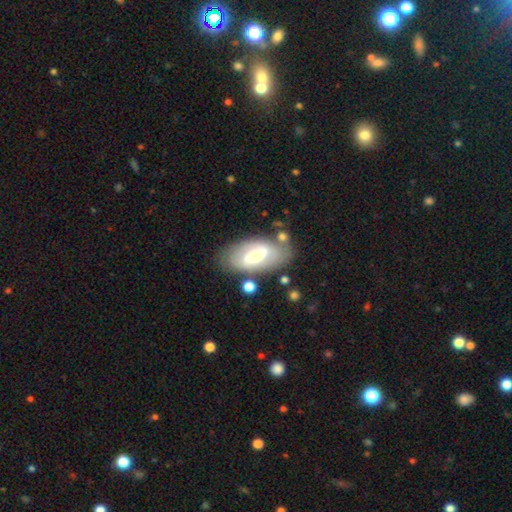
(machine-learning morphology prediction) A featured or disk galaxy (64%) with a strong bar (41%), spiral arms (56%) and a moderate central bulge (67%).

Vote fractions:
- Smooth or featured? featured or disk: 64% / smooth: 30% / star or artifact: 6%
- Edge-on disk? no: 90% / yes: 10%
- Bar? strong: 41% / weak: 40% / no: 20%
- Spiral arms? yes: 56% / no: 44%
- Bulge size? moderate: 67% / small: 22% / large: 10% / dominant: 1% / none: 1%
- Merging? none: 72% / minor disturbance: 16% / major disturbance: 6% / merger: 6%